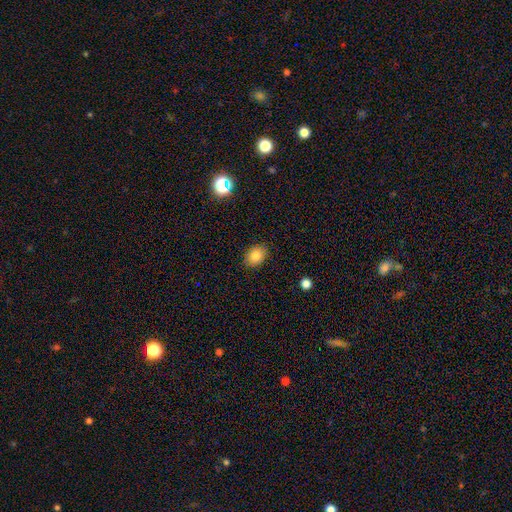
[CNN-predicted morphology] Q: Smooth or featured?
A: smooth (83%); runner-up: star or artifact (10%)
Q: How rounded?
A: in between (67%); runner-up: round (32%)
Q: Merging?
A: none (88%); runner-up: minor disturbance (9%)